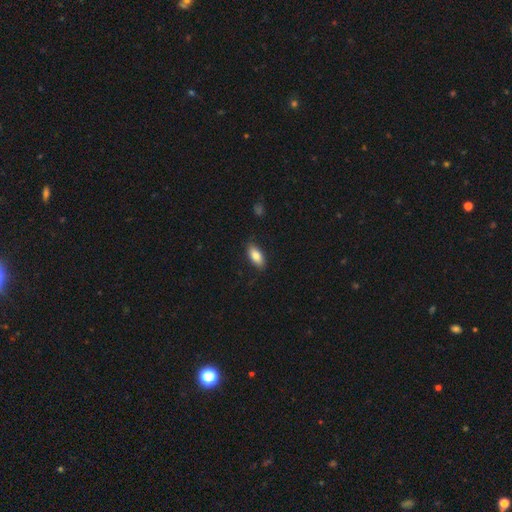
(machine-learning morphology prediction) Smooth or featured? smooth (84%)
How rounded? in between (87%)
Merging? none (84%)